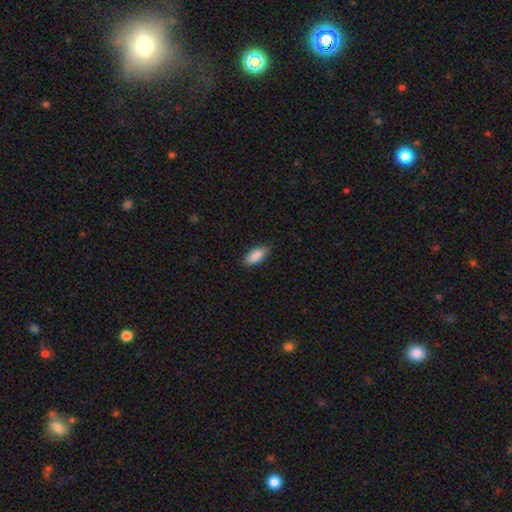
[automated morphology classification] A smooth galaxy with no disk features (90%) that is in between round and cigar-shaped (89%). Merging: none (87%).